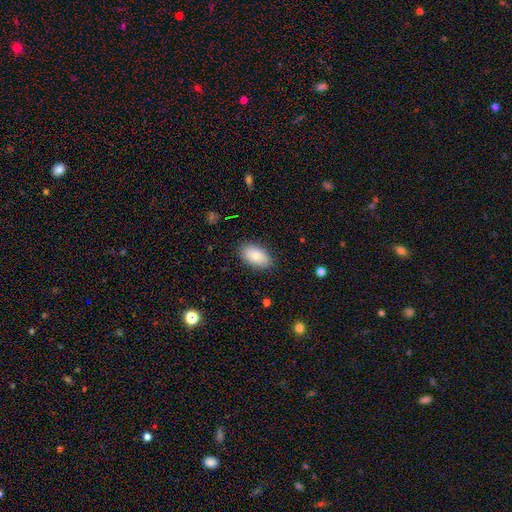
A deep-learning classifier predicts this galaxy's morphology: smooth_or_featured: smooth (p=0.85) [alt: featured or disk p=0.09]
how_rounded: in between (p=0.94) [alt: round p=0.04]
merging: none (p=0.86) [alt: minor disturbance p=0.10]